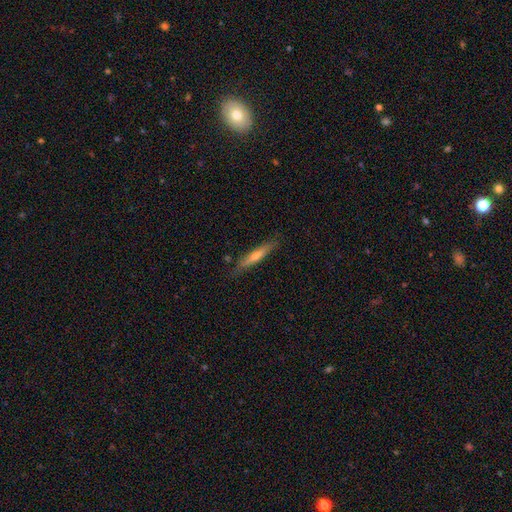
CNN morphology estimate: Smooth or featured?
  - featured or disk: 49% *
  - smooth: 44%
  - star or artifact: 6%
Merging?
  - none: 86% *
  - minor disturbance: 11%
  - major disturbance: 2%
  - merger: 2%